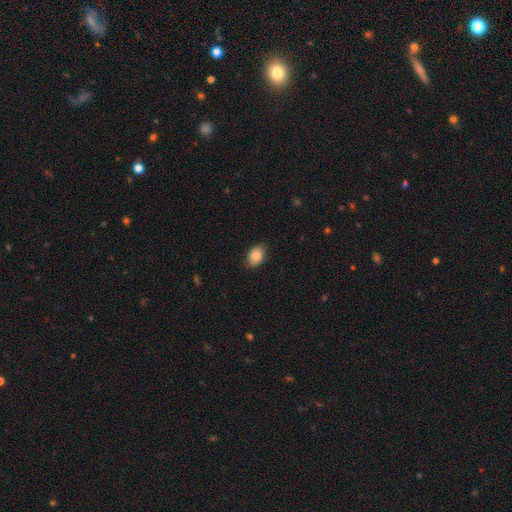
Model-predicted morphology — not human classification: A smooth galaxy with no disk features (86%) that is in between round and cigar-shaped (85%). Merging: none (87%).